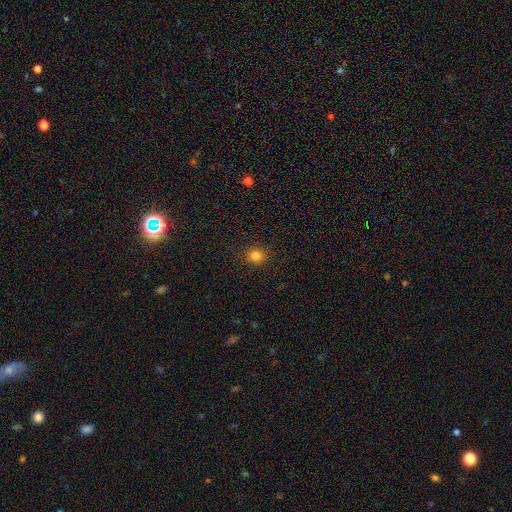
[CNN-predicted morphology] type=smooth (81%); roundness=round (90%); merging=none (88%).